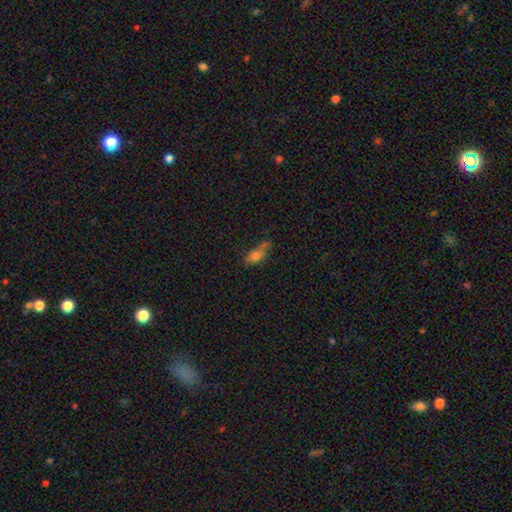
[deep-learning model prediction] Smooth or featured? Predicted: smooth (p=0.69). How rounded? Predicted: in between (p=0.75). Merging? Predicted: none (p=0.42).